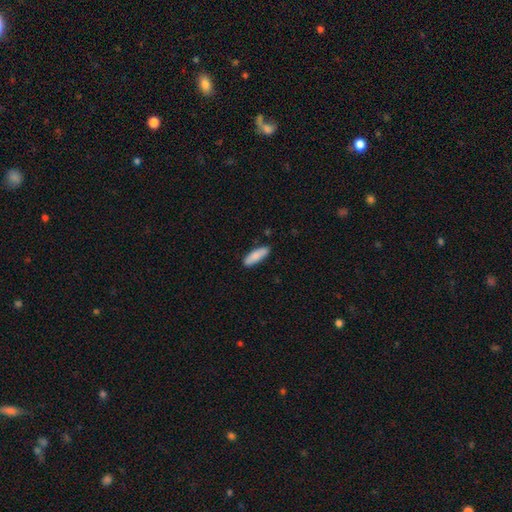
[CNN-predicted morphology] The model was most divided on "how rounded": cigar-shaped: 50%, in between: 48%, round: 2%. More confident: merging — none (86%); smooth or featured — smooth (85%).